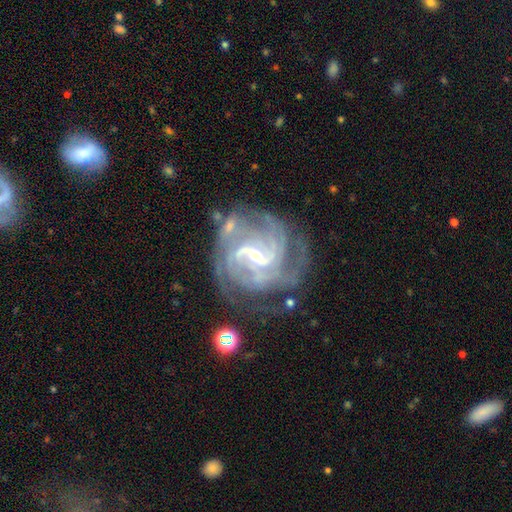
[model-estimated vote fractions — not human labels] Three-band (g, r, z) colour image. It shows a featured or disk galaxy (91%) with a weak bar (50%), 4 (31%) tight (60%) spiral arms (98%) and a small central bulge (68%). Merging: none (67%).